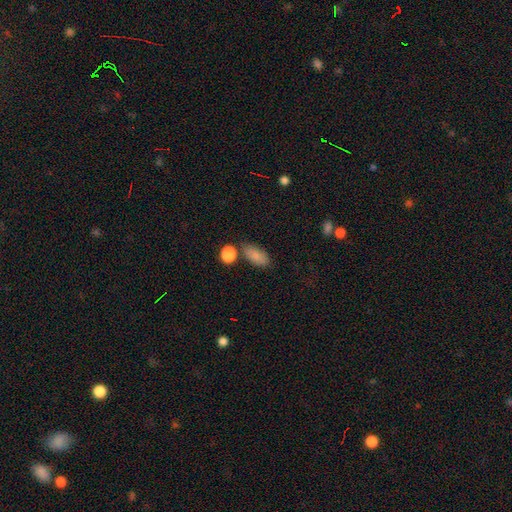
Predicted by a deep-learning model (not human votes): Smooth or featured? Predicted: smooth (p=0.85). How rounded? Predicted: in between (p=0.89). Merging? Predicted: none (p=0.66).